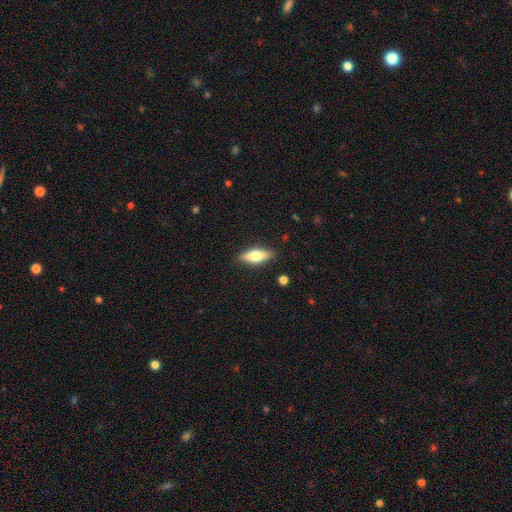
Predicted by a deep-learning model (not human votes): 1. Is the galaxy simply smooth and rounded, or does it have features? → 66% smooth, 28% featured or disk, 6% star or artifact.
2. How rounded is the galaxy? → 66% in between, 32% cigar-shaped, 3% round.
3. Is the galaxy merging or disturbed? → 87% none, 10% minor disturbance, 2% major disturbance, 1% merger.